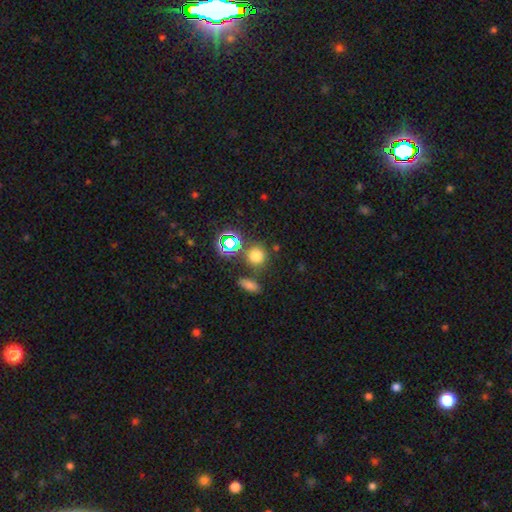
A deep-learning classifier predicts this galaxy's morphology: The model was most divided on "smooth or featured": smooth: 69%, star or artifact: 24%, featured or disk: 7%. More confident: how rounded — round (85%); merging — none (74%).